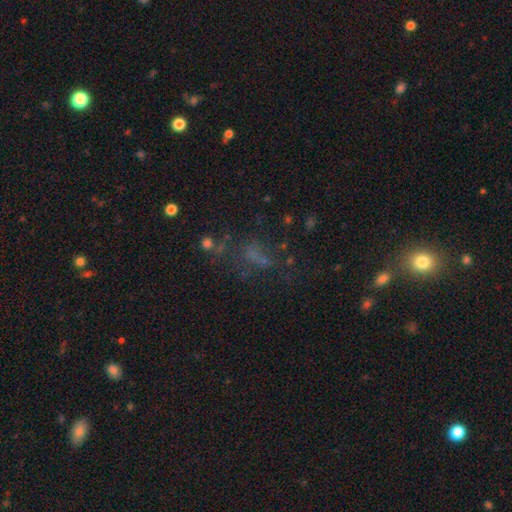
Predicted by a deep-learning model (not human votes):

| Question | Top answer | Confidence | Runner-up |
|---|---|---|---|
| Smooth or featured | smooth | 39% | star or artifact (37%) |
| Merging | none | 45% | major disturbance (27%) |